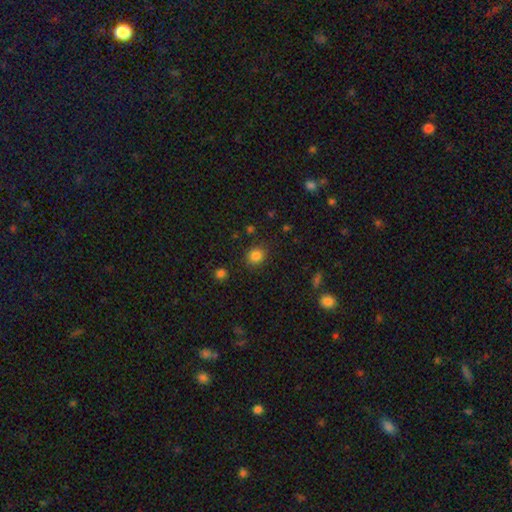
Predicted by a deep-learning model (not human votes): Morphology: type=smooth (83%); roundness=round (77%); merging=none (86%).